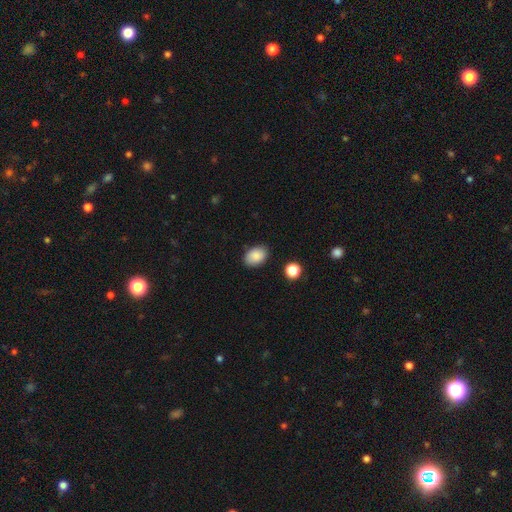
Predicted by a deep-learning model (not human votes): Smooth or featured: smooth — 88% (star or artifact — 8%)
How rounded: in between — 81% (round — 18%)
Merging: none — 85% (minor disturbance — 11%)